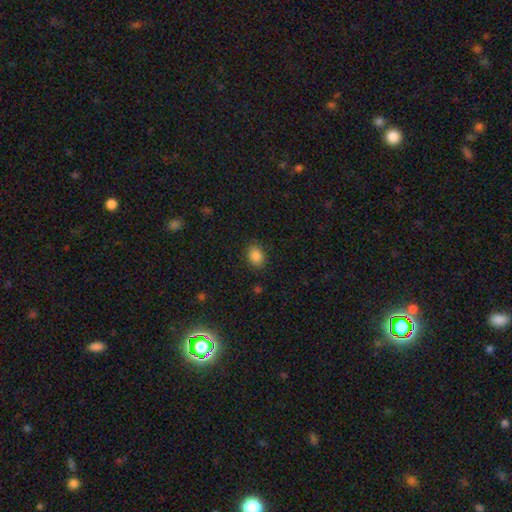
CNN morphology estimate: Smooth or featured: smooth — 86% (star or artifact — 10%)
How rounded: in between — 62% (round — 37%)
Merging: none — 87% (minor disturbance — 9%)